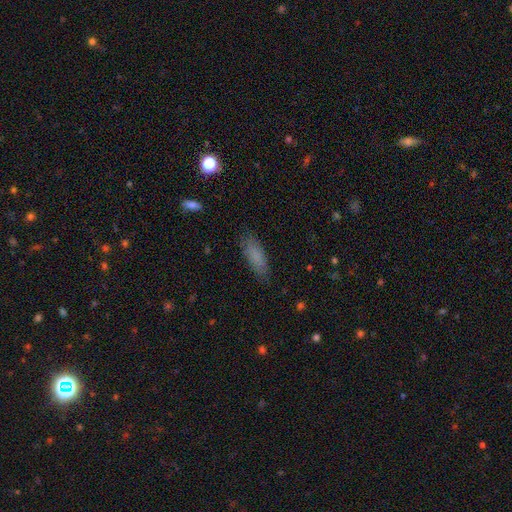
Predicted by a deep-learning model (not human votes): smooth_or_featured: smooth (p=0.82) [alt: featured or disk p=0.10]
how_rounded: in between (p=0.60) [alt: cigar-shaped p=0.38]
merging: none (p=0.83) [alt: minor disturbance p=0.12]